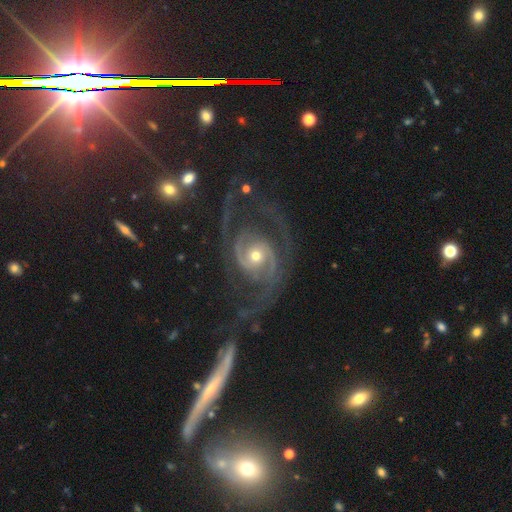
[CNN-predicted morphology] smooth_or_featured: featured or disk (p=0.91) [alt: star or artifact p=0.05]
disk_edge_on: no (p=0.97) [alt: yes p=0.03]
bar: no (p=0.66) [alt: weak p=0.24]
has_spiral_arms: yes (p=0.97) [alt: no p=0.03]
spiral_winding: medium (p=0.50) [alt: tight p=0.32]
spiral_arm_count: 2 (p=0.64) [alt: 3 p=0.13]
bulge_size: moderate (p=0.53) [alt: small p=0.42]
merging: none (p=0.65) [alt: major disturbance p=0.18]